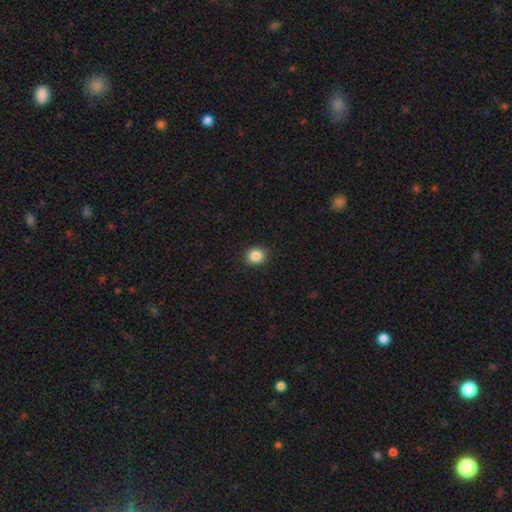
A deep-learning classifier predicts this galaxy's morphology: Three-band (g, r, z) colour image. It shows a smooth galaxy with no disk features (86%) that is round (72%). Merging: none (90%).